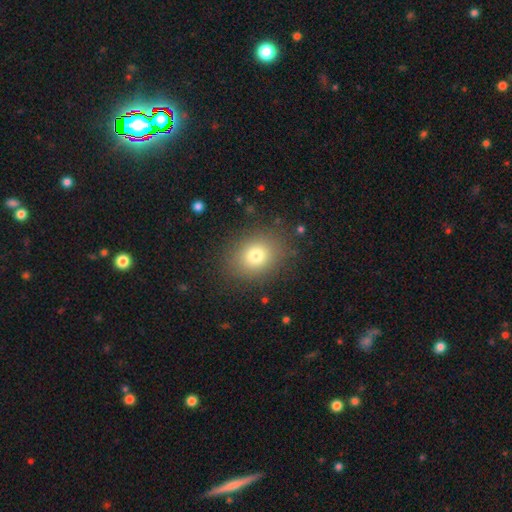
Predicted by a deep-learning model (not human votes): Smooth or featured? Predicted: smooth (p=0.76). How rounded? Predicted: round (p=0.60). Merging? Predicted: none (p=0.85).